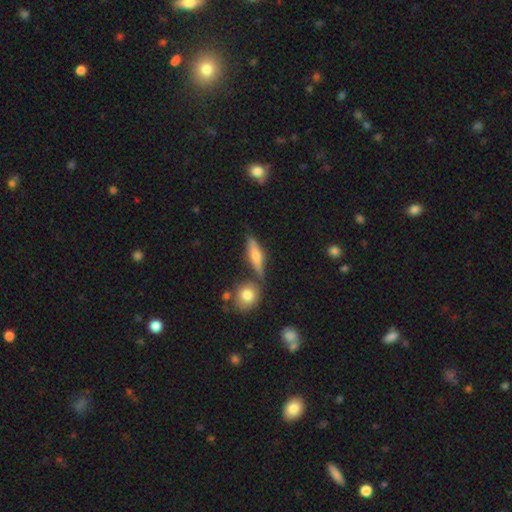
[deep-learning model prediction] Q: Smooth or featured?
A: featured or disk (49%); runner-up: smooth (43%)
Q: Merging?
A: none (71%); runner-up: minor disturbance (13%)